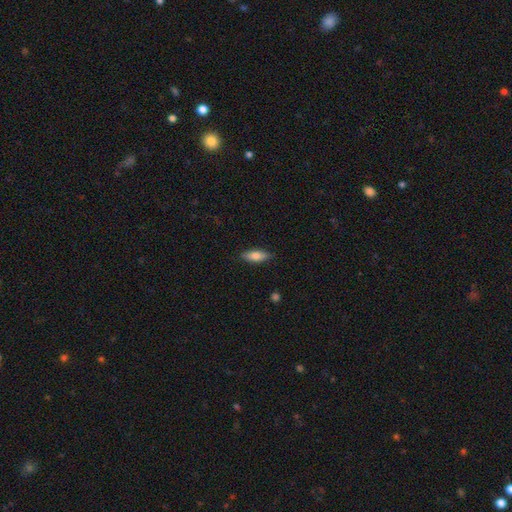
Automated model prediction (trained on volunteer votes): This is likely a smooth galaxy (77%). How rounded: likely in between (63%). Merging: clearly none (85%).